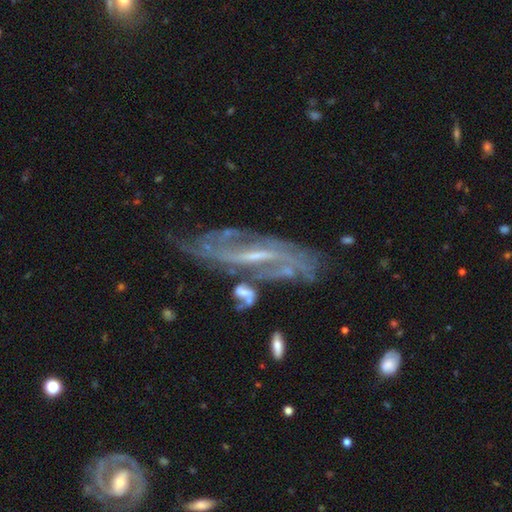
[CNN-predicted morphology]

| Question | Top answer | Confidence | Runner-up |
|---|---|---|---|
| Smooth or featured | featured or disk | 83% | smooth (9%) |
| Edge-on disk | no | 79% | yes (21%) |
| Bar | strong | 46% | weak (38%) |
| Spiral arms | yes | 90% | no (10%) |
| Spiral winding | medium | 41% | tight (39%) |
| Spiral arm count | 2 | 62% | can't tell (22%) |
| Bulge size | small | 65% | moderate (23%) |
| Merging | none | 67% | minor disturbance (19%) |